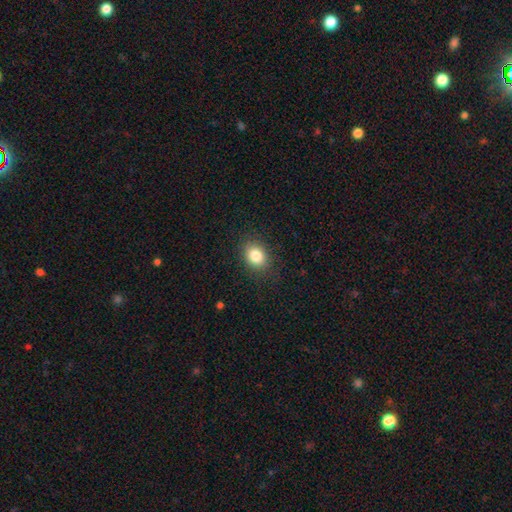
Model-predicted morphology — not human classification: Smooth or featured?
  - smooth: 84% *
  - star or artifact: 10%
  - featured or disk: 6%
How rounded?
  - in between: 53% *
  - round: 46%
  - cigar-shaped: 1%
Merging?
  - none: 87% *
  - minor disturbance: 9%
  - major disturbance: 3%
  - merger: 1%